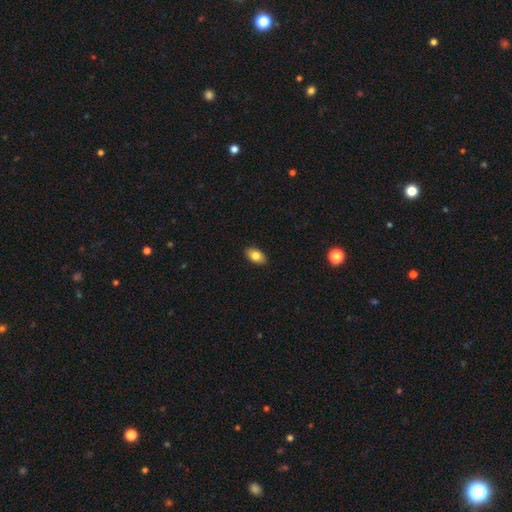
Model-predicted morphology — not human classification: type=smooth (81%); roundness=in between (91%); merging=none (89%).